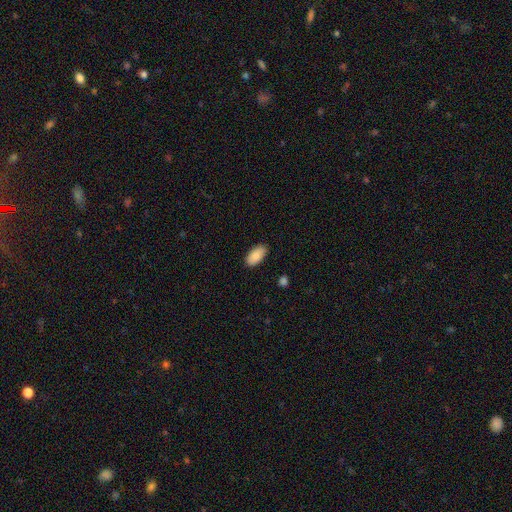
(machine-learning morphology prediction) This appears to be a smooth galaxy with no disk features (88%) that is in between round and cigar-shaped (94%). Merging: none (88%).